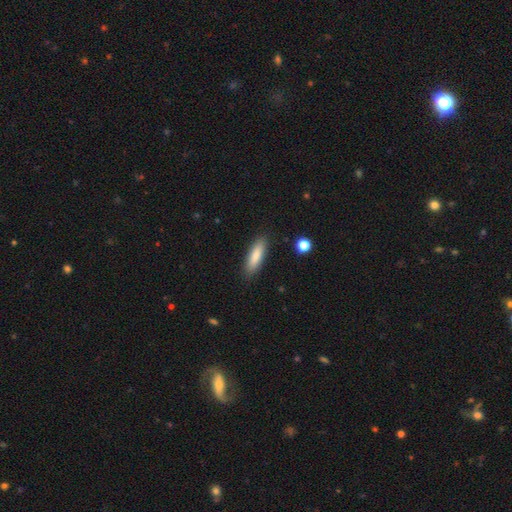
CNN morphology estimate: type=smooth (83%); roundness=cigar-shaped (62%); merging=none (88%).